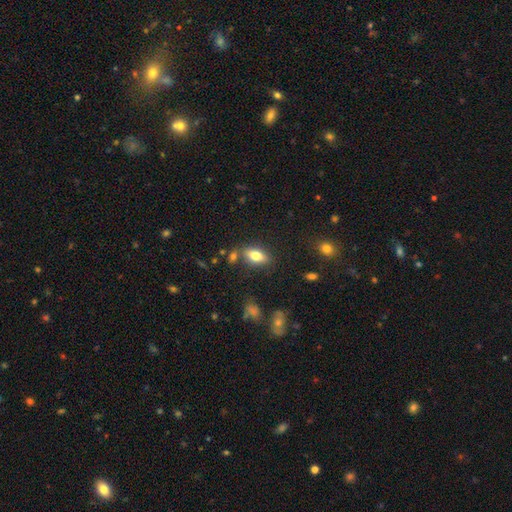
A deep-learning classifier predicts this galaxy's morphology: smooth 77%, featured or disk 15%, star or artifact 8%. Down the decision tree: how rounded — in between (87%); merging — none (77%).